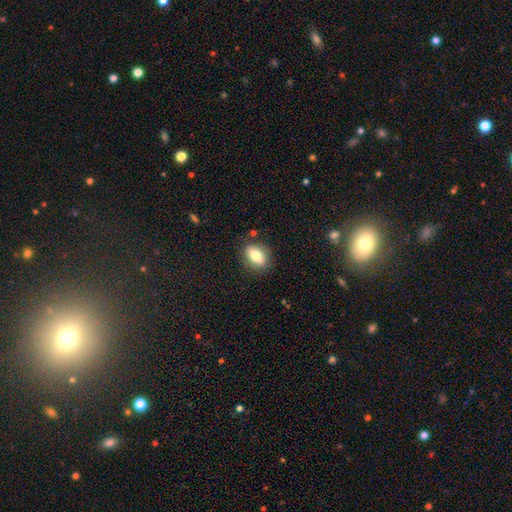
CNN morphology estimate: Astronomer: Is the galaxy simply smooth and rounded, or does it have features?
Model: smooth — 76%.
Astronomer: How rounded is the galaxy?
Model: in between — 82%.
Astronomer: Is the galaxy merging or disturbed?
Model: none — 83%.